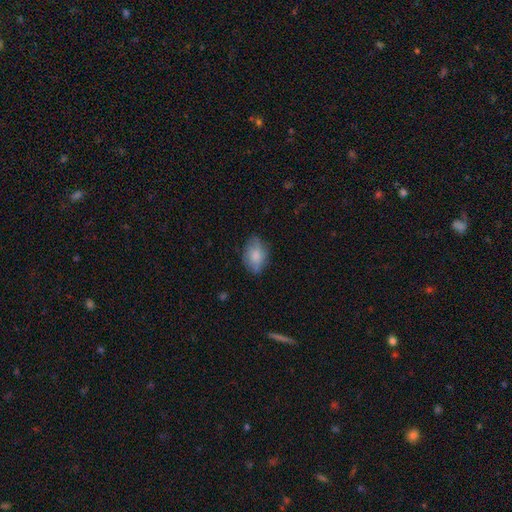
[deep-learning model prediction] This appears to be a smooth galaxy with no disk features (77%) that is in between round and cigar-shaped (83%). Merging: none (69%).